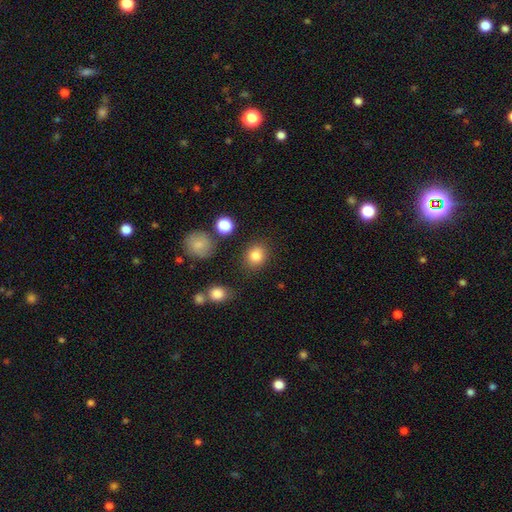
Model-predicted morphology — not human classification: Smooth or featured? Predicted: smooth (p=0.83). How rounded? Predicted: round (p=0.72). Merging? Predicted: none (p=0.84).